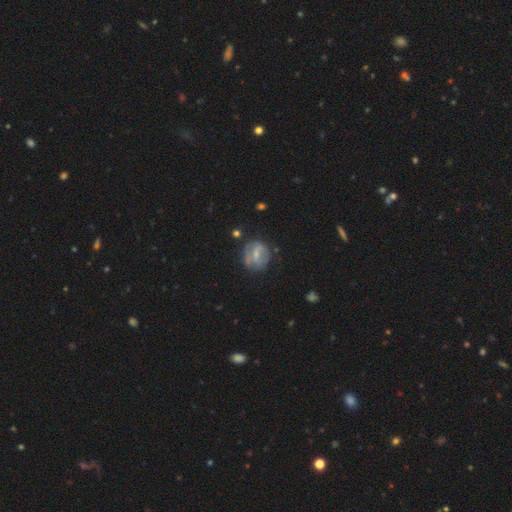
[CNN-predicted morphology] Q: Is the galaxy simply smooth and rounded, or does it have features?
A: featured or disk — 54%.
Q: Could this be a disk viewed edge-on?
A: no — 95%.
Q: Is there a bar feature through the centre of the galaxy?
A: weak — 45%.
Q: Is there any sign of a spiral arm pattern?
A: no — 54%.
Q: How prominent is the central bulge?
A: small — 49%.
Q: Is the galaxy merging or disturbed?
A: none — 61%.